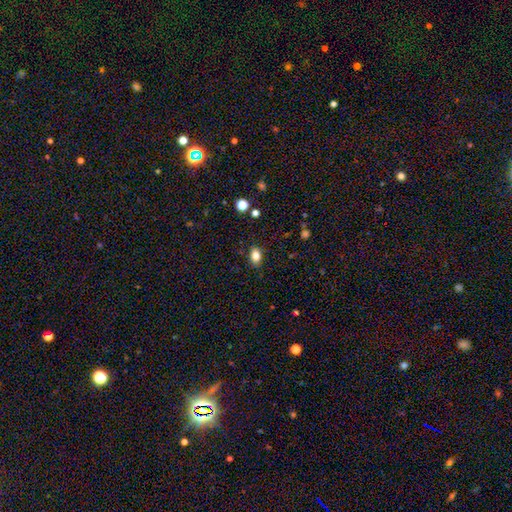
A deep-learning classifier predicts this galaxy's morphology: This appears to be a smooth galaxy with no disk features (82%) that is in between round and cigar-shaped (80%). Merging: none (86%).